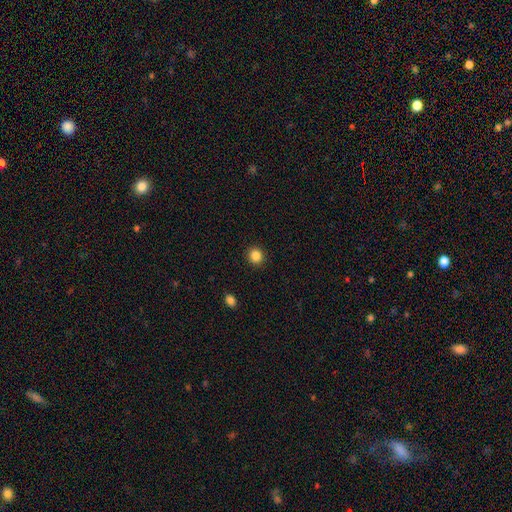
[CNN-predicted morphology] smooth 86%, star or artifact 11%, featured or disk 3%. Down the decision tree: how rounded — round (88%); merging — none (92%).